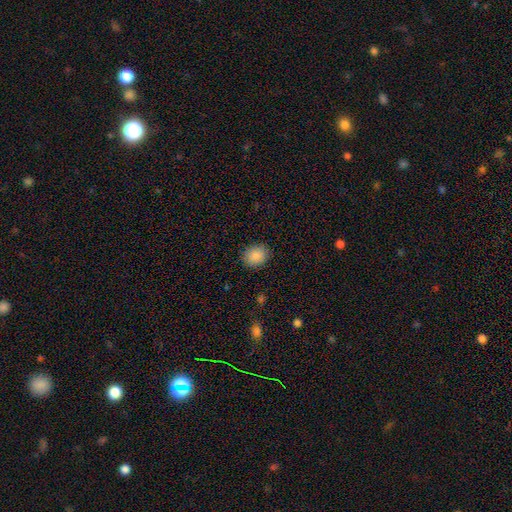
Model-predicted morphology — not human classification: Overall: smooth (88%). How rounded: round (60%; in between 40%). Merging: none (89%).